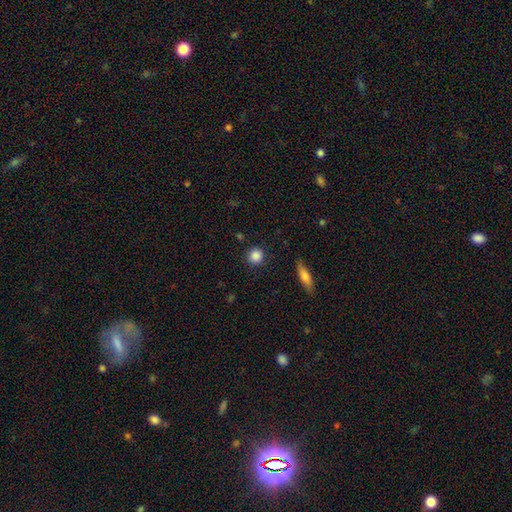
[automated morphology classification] smooth-or-featured: smooth: 87% | star or artifact: 9% | featured or disk: 4%
  how-rounded: round: 91% | in between: 8% | cigar-shaped: 1%
  merging: none: 89% | minor disturbance: 7% | major disturbance: 2% | merger: 2%